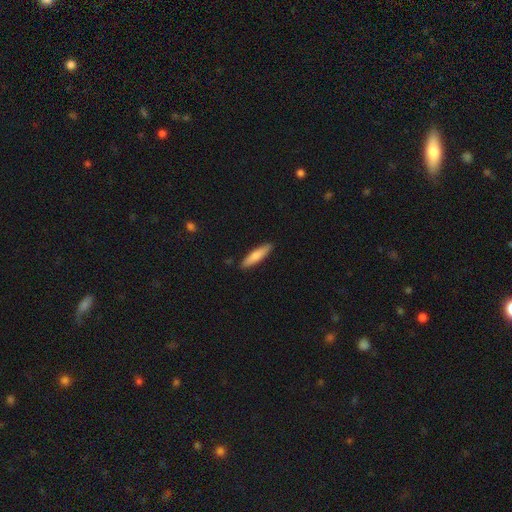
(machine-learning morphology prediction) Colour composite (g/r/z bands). It shows a smooth galaxy with no disk features (75%) that is cigar-shaped (80%). Merging: none (90%).